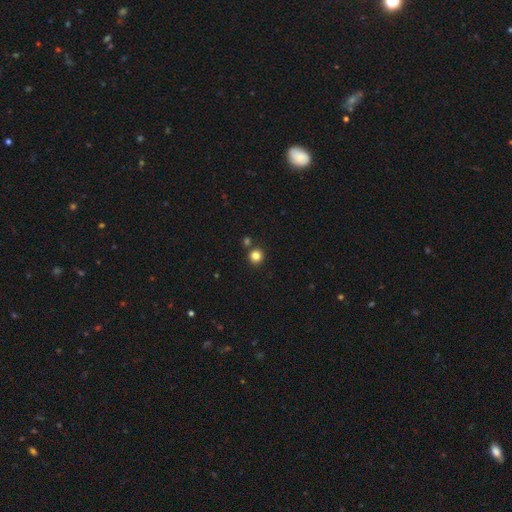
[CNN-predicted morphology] Smooth or featured?
  - smooth: 83% *
  - star or artifact: 12%
  - featured or disk: 4%
How rounded?
  - round: 94% *
  - in between: 5%
  - cigar-shaped: 1%
Merging?
  - none: 82% *
  - merger: 9%
  - minor disturbance: 6%
  - major disturbance: 2%